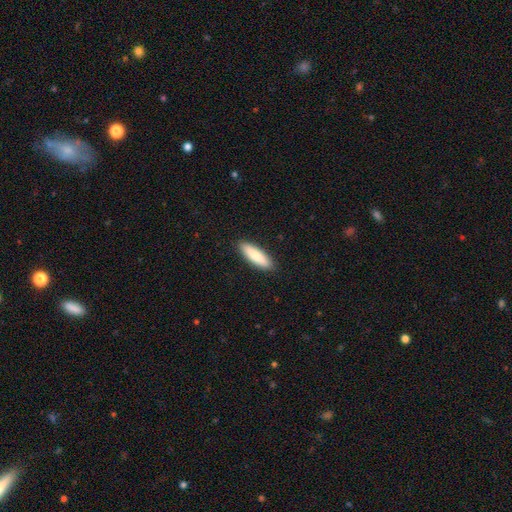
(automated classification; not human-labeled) A smooth galaxy with no disk features (82%) that is cigar-shaped (62%).

Vote fractions:
- Smooth or featured? smooth: 82% / featured or disk: 13% / star or artifact: 5%
- How rounded? cigar-shaped: 62% / in between: 36% / round: 2%
- Merging? none: 90% / minor disturbance: 7% / major disturbance: 2% / merger: 1%